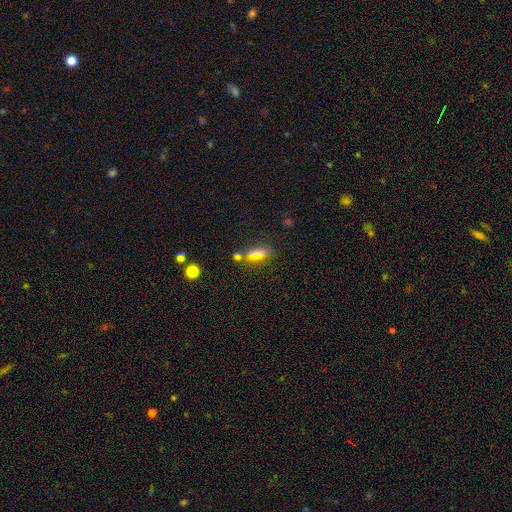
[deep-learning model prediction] A smooth galaxy with no disk features (58%) that is in between round and cigar-shaped (46%). Merging: none (67%).